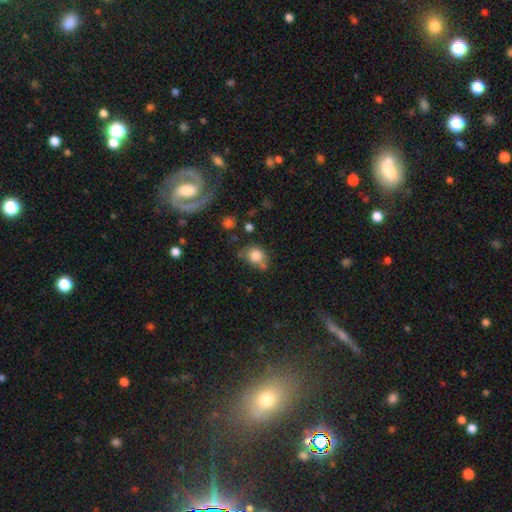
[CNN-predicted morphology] A smooth galaxy with no disk features (80%) that is round (57%). Merging: none (51%).